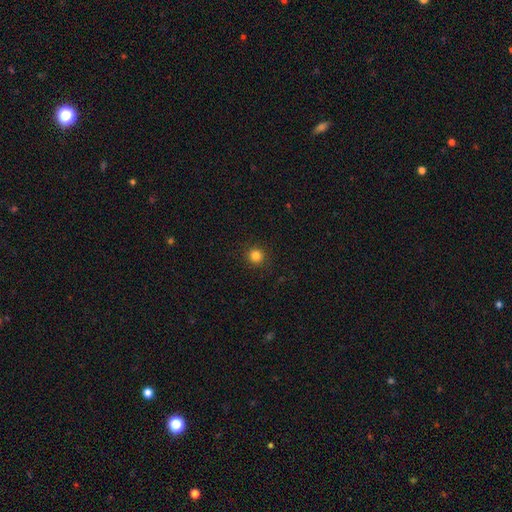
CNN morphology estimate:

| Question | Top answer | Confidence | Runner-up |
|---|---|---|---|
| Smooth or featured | smooth | 83% | star or artifact (13%) |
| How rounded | round | 93% | in between (6%) |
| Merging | none | 91% | minor disturbance (6%) |